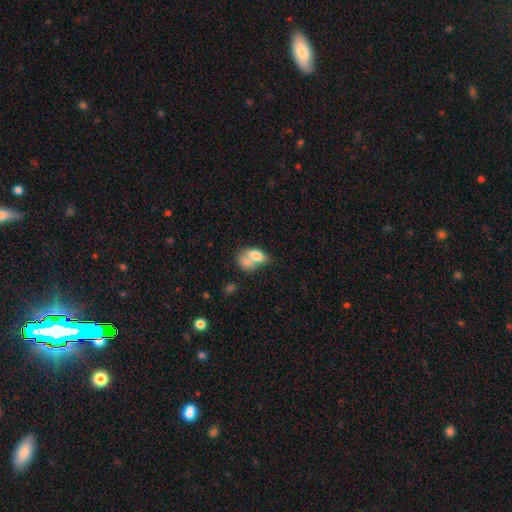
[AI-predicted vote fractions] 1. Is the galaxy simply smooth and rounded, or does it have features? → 73% smooth, 19% featured or disk, 8% star or artifact.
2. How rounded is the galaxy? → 81% in between, 17% round, 2% cigar-shaped.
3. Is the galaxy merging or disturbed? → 62% merger, 19% none, 10% minor disturbance, 8% major disturbance.